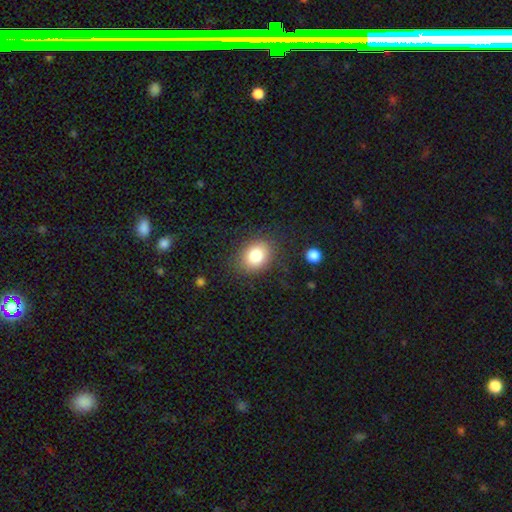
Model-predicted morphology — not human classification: Q: Smooth or featured?
A: smooth (81%); runner-up: star or artifact (10%)
Q: How rounded?
A: in between (58%); runner-up: round (41%)
Q: Merging?
A: none (83%); runner-up: minor disturbance (11%)